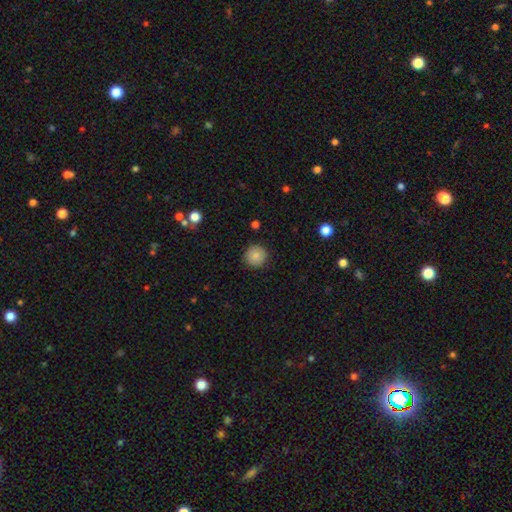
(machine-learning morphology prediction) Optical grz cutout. It shows a smooth galaxy with no disk features (85%) that is round (94%). Merging: none (91%).